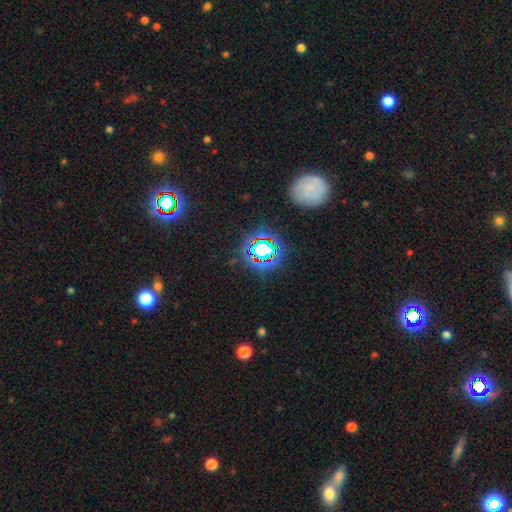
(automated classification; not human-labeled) Morphology: type=star or artifact (74%).